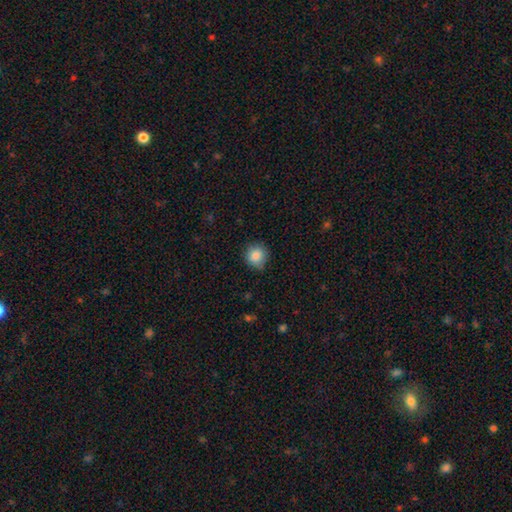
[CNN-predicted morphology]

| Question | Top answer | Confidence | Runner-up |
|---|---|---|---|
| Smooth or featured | smooth | 86% | star or artifact (9%) |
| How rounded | round | 92% | in between (7%) |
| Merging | none | 82% | minor disturbance (15%) |